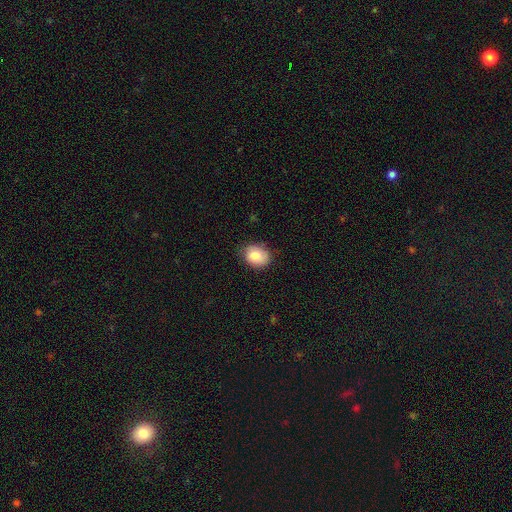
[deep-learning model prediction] Smooth or featured? smooth (83%)
How rounded? in between (56%)
Merging? none (76%)